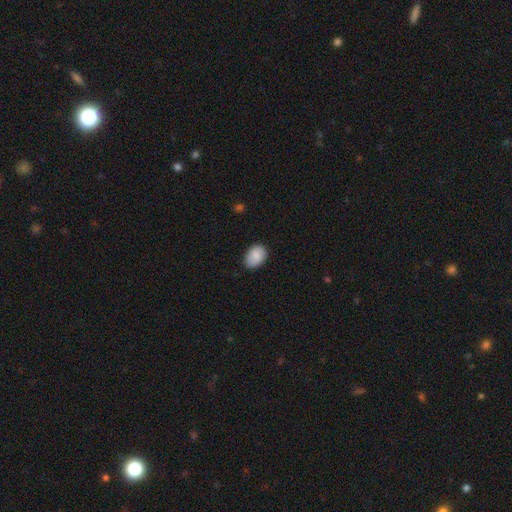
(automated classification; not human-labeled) Smooth or featured? Predicted: smooth (p=0.85). How rounded? Predicted: in between (p=0.82). Merging? Predicted: none (p=0.79).